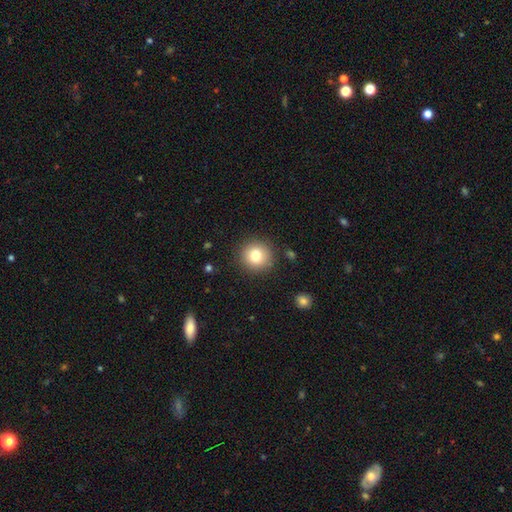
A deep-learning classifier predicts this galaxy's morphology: smooth 79%, star or artifact 11%, featured or disk 10%. Down the decision tree: how rounded — round (93%); merging — none (89%).